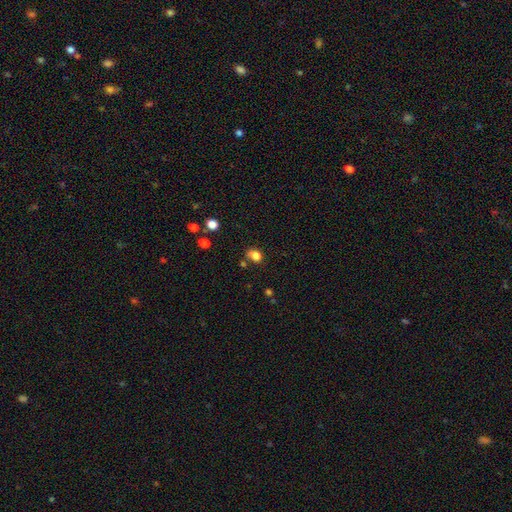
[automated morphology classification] Smooth or featured? smooth (81%)
How rounded? in between (55%)
Merging? none (60%)